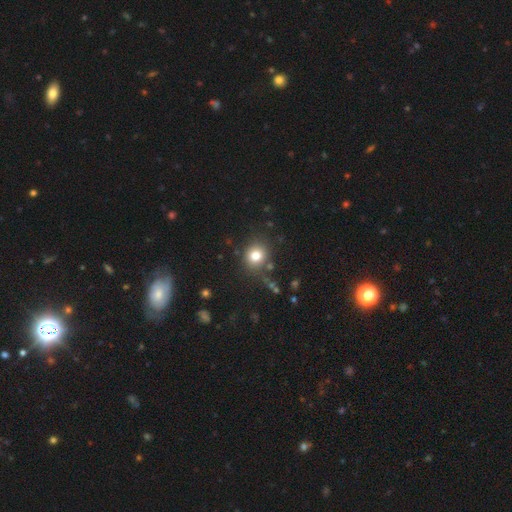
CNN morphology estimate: A smooth galaxy with no disk features (79%) that is round (84%).

Vote fractions:
- Smooth or featured? smooth: 79% / star or artifact: 13% / featured or disk: 8%
- How rounded? round: 84% / in between: 15% / cigar-shaped: 1%
- Merging? none: 81% / minor disturbance: 10% / merger: 4% / major disturbance: 4%